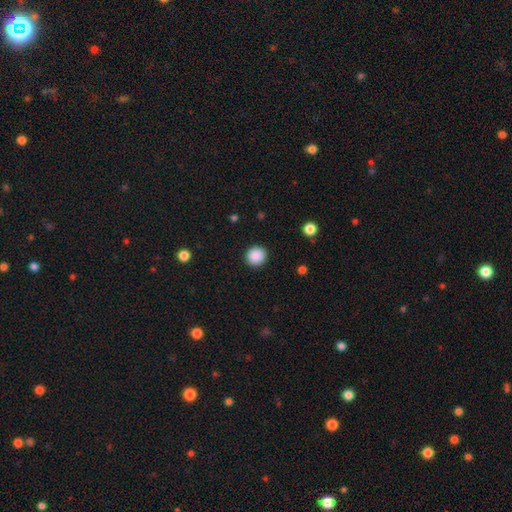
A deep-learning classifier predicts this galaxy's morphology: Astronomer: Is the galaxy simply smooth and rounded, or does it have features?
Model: smooth — 89%.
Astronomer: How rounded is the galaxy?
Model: round — 92%.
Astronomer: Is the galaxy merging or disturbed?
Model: none — 92%.